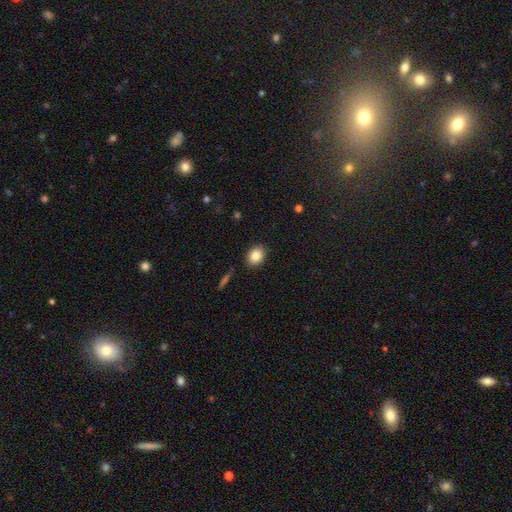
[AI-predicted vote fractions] A smooth galaxy with no disk features (84%) that is in between round and cigar-shaped (66%).

Vote fractions:
- Smooth or featured? smooth: 84% / star or artifact: 8% / featured or disk: 7%
- How rounded? in between: 66% / round: 33% / cigar-shaped: 1%
- Merging? none: 88% / minor disturbance: 9% / major disturbance: 2% / merger: 1%